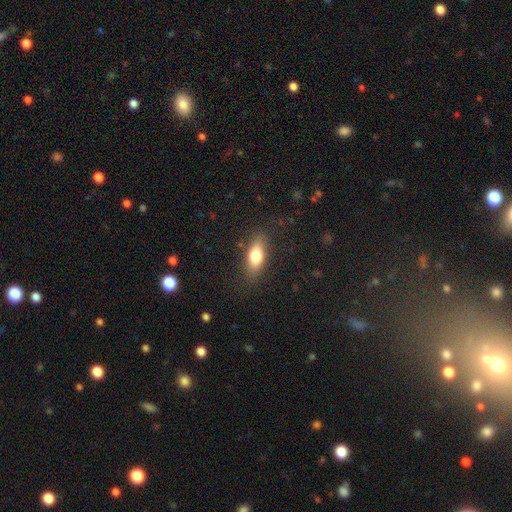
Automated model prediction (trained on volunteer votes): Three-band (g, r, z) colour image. It shows a smooth galaxy with no disk features (77%) that is in between round and cigar-shaped (77%). Merging: none (81%).